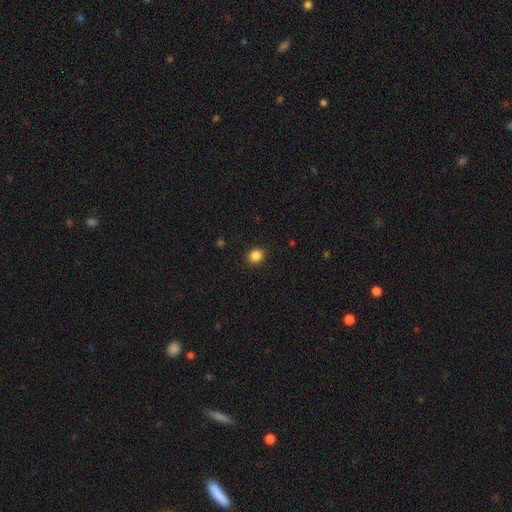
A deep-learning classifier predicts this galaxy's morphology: A smooth galaxy with no disk features (86%) that is round (67%).

Vote fractions:
- Smooth or featured? smooth: 86% / star or artifact: 11% / featured or disk: 4%
- How rounded? round: 67% / in between: 32% / cigar-shaped: 1%
- Merging? none: 91% / minor disturbance: 6% / major disturbance: 2% / merger: 1%